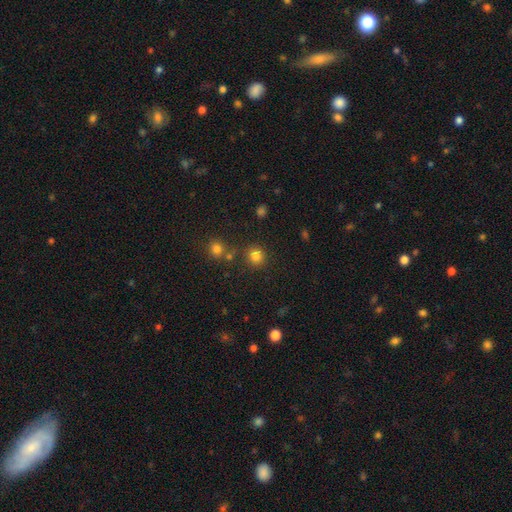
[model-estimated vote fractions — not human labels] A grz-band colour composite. It shows a smooth galaxy with no disk features (81%) that is round (89%). Merging: none (80%).